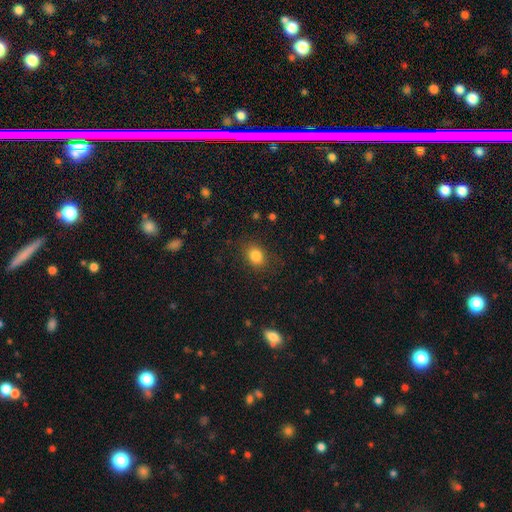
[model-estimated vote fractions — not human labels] smooth 84%, star or artifact 11%, featured or disk 5%. Down the decision tree: how rounded — round (50%); merging — none (83%).